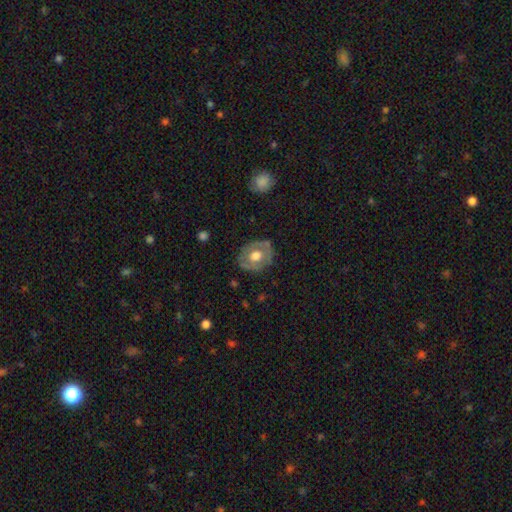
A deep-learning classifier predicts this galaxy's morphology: Smooth or featured? Predicted: featured or disk (p=0.47, tied with smooth). Merging? Predicted: none (p=0.76).